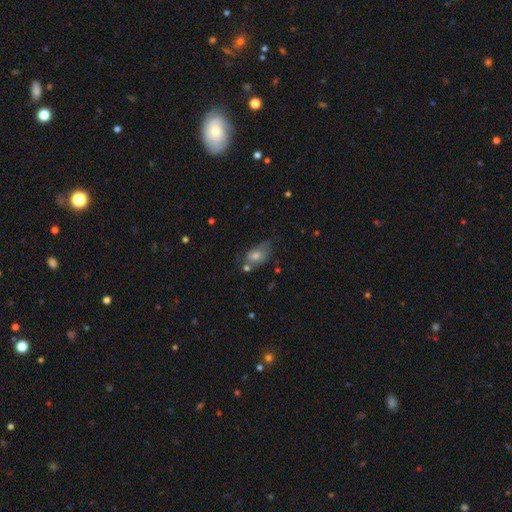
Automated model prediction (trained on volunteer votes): smooth 57%, featured or disk 29%, star or artifact 14%. Down the decision tree: how rounded — in between (80%); merging — none (44%).